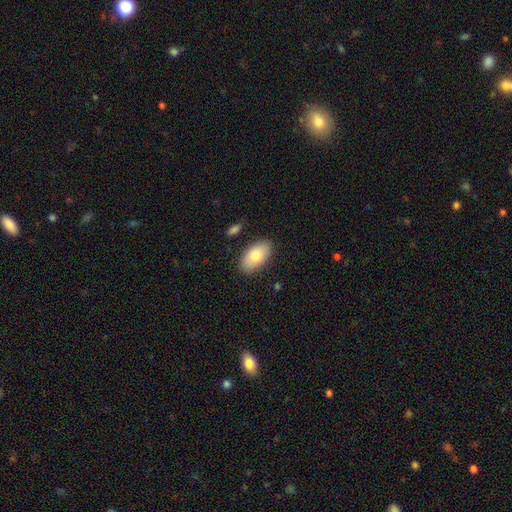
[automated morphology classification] This is likely a smooth galaxy (77%). How rounded: clearly in between (94%). Merging: clearly none (85%).